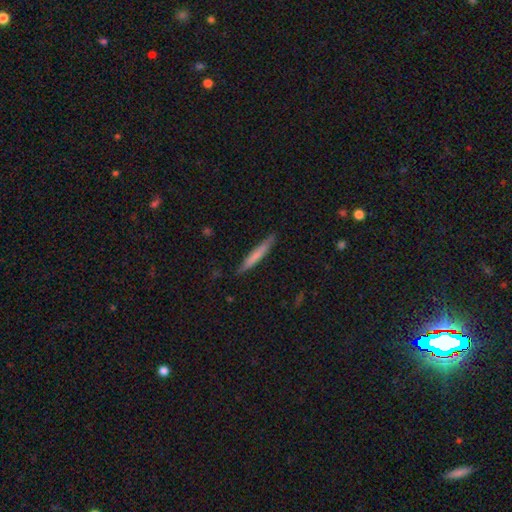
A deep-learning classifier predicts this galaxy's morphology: This is likely a smooth galaxy (68%). How rounded: clearly cigar-shaped (95%). Merging: clearly none (85%).